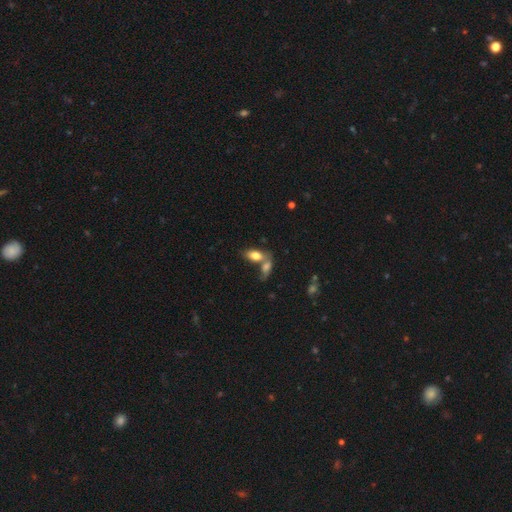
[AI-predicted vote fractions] A smooth galaxy with no disk features (77%) that is in between round and cigar-shaped (89%).

Vote fractions:
- Smooth or featured? smooth: 77% / featured or disk: 15% / star or artifact: 8%
- How rounded? in between: 89% / cigar-shaped: 6% / round: 5%
- Merging? merger: 47% / none: 40% / minor disturbance: 10% / major disturbance: 4%